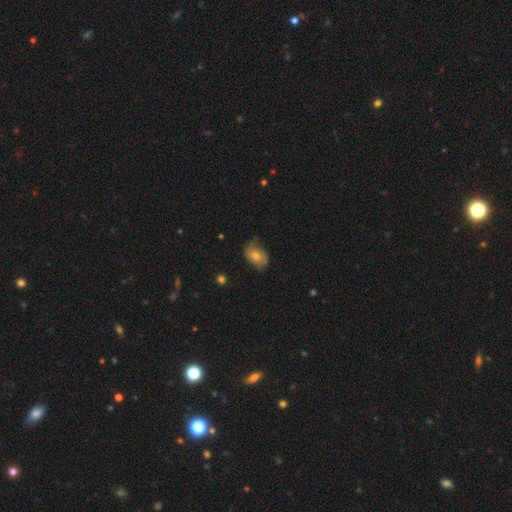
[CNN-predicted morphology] Overall: smooth (60%; featured or disk 30%). How rounded: in between (82%). Merging: none (68%).